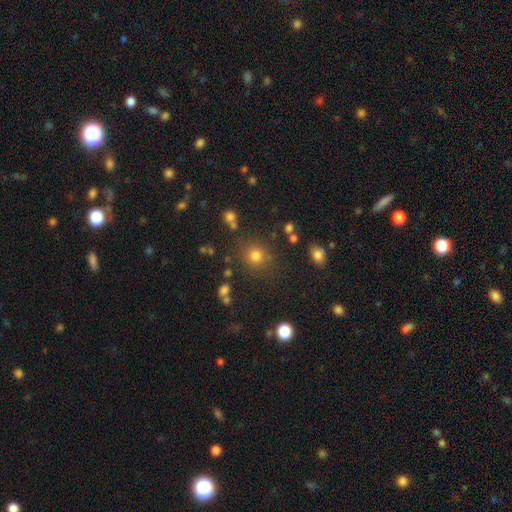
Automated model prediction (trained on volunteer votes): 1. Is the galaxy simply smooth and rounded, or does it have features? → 75% smooth, 18% star or artifact, 7% featured or disk.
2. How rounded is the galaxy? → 87% round, 12% in between, 1% cigar-shaped.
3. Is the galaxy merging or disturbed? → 81% none, 9% minor disturbance, 6% merger, 4% major disturbance.